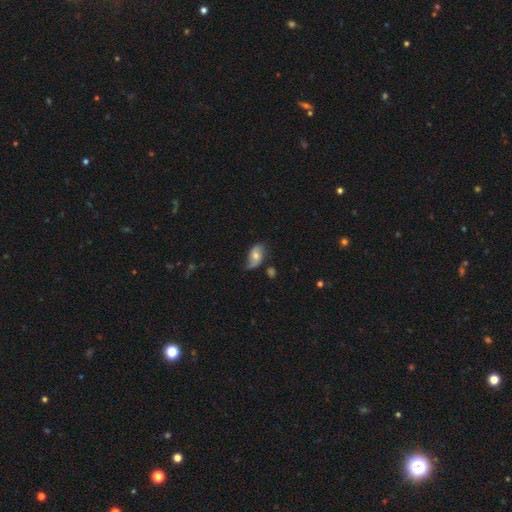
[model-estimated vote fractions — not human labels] smooth 47%, featured or disk 45%, star or artifact 8%. Down the decision tree: merging — none (53%).